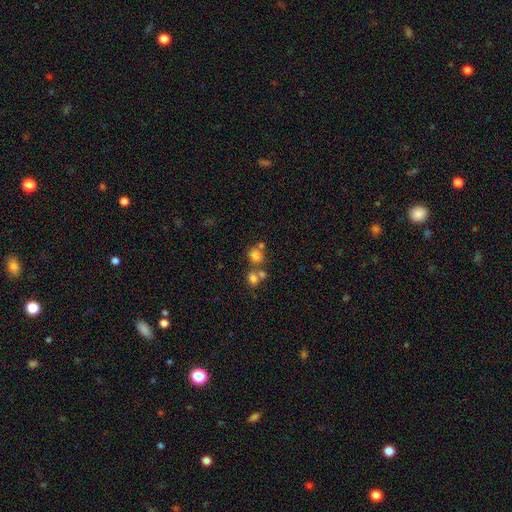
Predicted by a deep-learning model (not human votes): Q: Smooth or featured?
A: smooth (72%); runner-up: star or artifact (16%)
Q: How rounded?
A: round (77%); runner-up: in between (22%)
Q: Merging?
A: none (51%); runner-up: merger (36%)